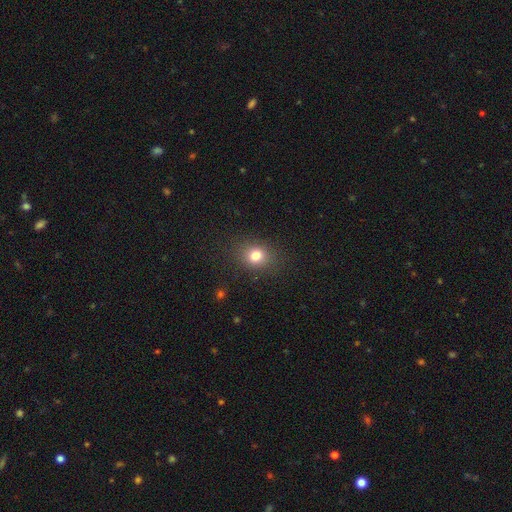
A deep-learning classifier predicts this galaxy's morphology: Smooth or featured? smooth (79%)
How rounded? round (61%)
Merging? none (86%)